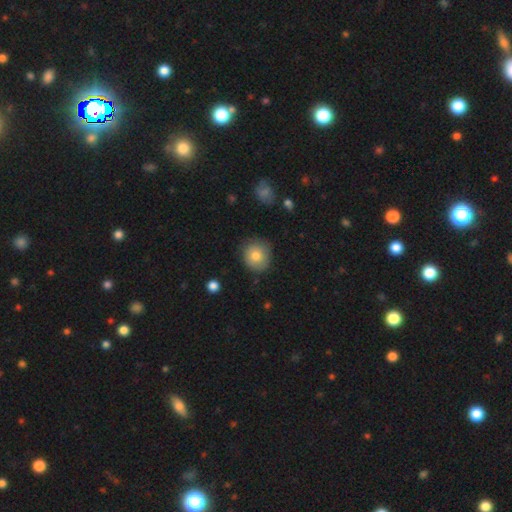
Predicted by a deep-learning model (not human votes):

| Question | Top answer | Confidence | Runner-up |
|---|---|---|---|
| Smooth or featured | smooth | 78% | featured or disk (13%) |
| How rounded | round | 85% | in between (14%) |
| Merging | none | 78% | minor disturbance (17%) |